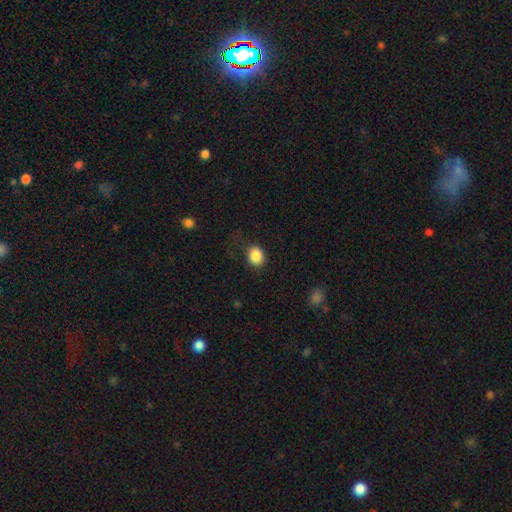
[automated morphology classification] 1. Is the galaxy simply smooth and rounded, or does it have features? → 87% smooth, 9% star or artifact, 4% featured or disk.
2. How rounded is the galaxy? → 52% round, 47% in between, 1% cigar-shaped.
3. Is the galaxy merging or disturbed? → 77% none, 15% minor disturbance, 6% major disturbance, 1% merger.